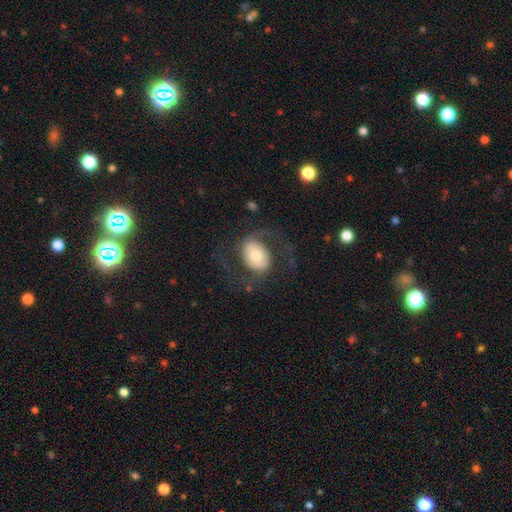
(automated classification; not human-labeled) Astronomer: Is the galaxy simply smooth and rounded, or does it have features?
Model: featured or disk — 57% (runner-up: smooth, 36%).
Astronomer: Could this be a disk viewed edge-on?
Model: no — 95%.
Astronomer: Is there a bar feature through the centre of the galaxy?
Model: no — 60%.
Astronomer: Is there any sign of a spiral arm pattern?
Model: yes — 68%.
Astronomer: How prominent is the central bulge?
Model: moderate — 62%.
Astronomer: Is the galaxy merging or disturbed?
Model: none — 66%.